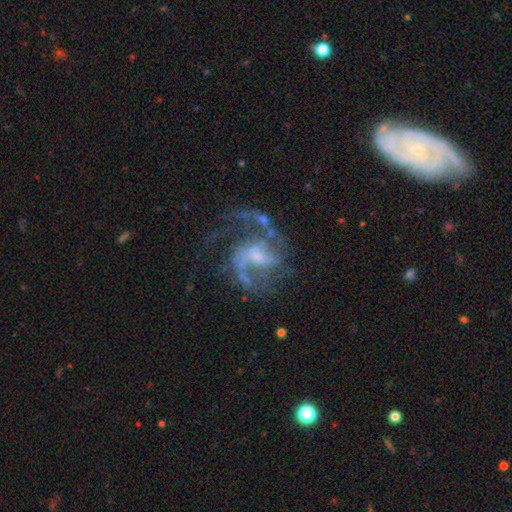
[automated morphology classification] This appears to be a featured or disk galaxy (86%) with a weak bar (50%), 2 (61%) medium (46%) spiral arms (92%) and a small central bulge (43%). Merging: none (48%).